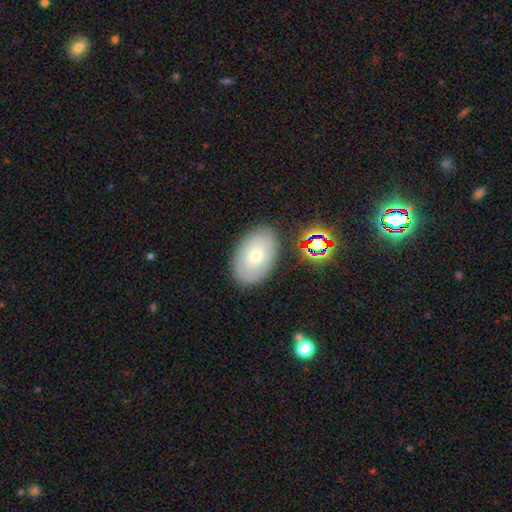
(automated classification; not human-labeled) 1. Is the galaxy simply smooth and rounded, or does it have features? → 58% smooth, 32% featured or disk, 10% star or artifact.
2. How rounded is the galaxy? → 89% in between, 10% round, 1% cigar-shaped.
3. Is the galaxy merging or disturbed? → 84% none, 11% minor disturbance, 3% major disturbance, 2% merger.